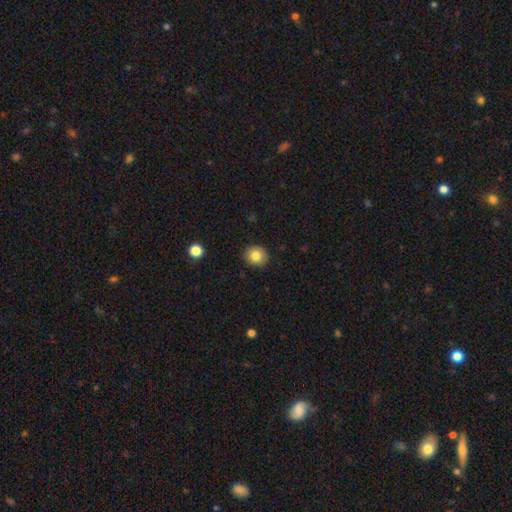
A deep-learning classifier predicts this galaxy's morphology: A smooth galaxy with no disk features (83%) that is round (80%).

Vote fractions:
- Smooth or featured? smooth: 83% / star or artifact: 10% / featured or disk: 8%
- How rounded? round: 80% / in between: 19% / cigar-shaped: 1%
- Merging? none: 90% / minor disturbance: 8% / major disturbance: 2% / merger: 1%